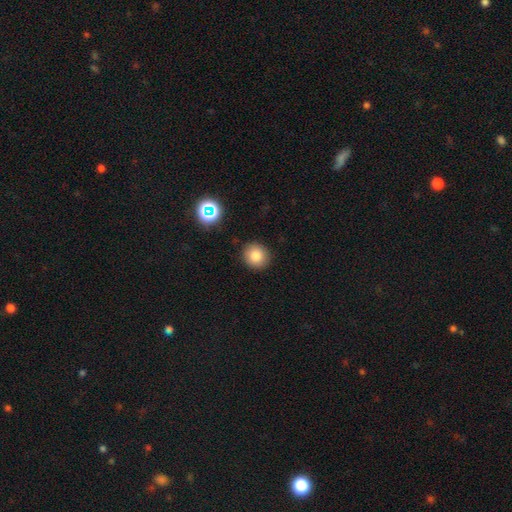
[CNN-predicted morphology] Smooth or featured?
  - smooth: 81% *
  - star or artifact: 12%
  - featured or disk: 8%
How rounded?
  - round: 88% *
  - in between: 11%
  - cigar-shaped: 1%
Merging?
  - none: 90% *
  - minor disturbance: 7%
  - major disturbance: 2%
  - merger: 2%